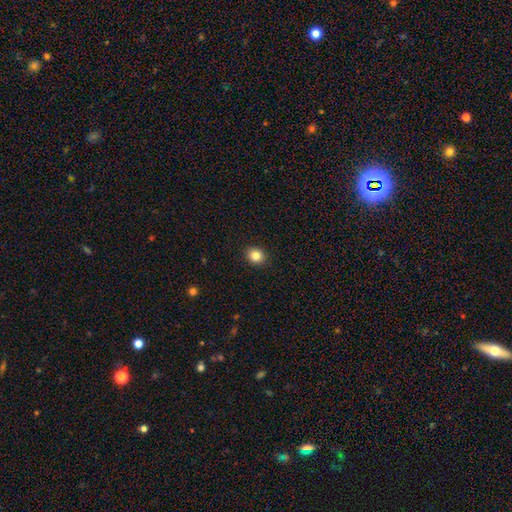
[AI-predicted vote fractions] A smooth galaxy with no disk features (84%) that is round (74%). Merging: none (92%).